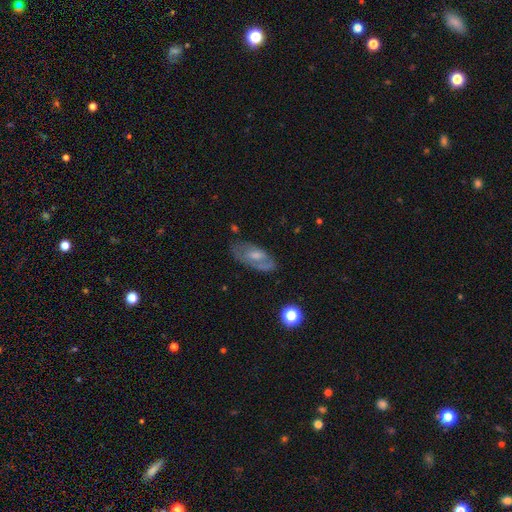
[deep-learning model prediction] Morphology: type=featured or disk (57%); edge-on=no (86%); merging=none (70%).